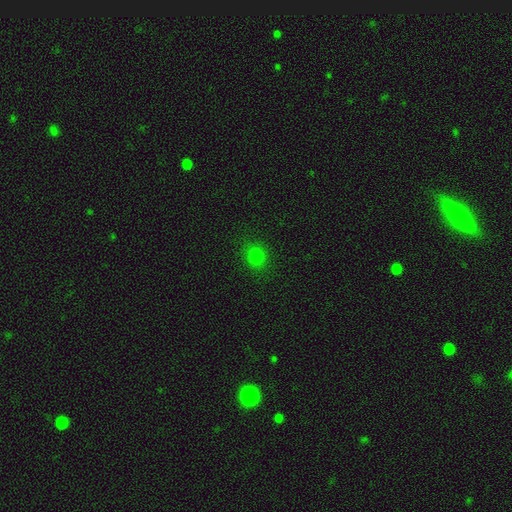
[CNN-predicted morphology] smooth_or_featured: smooth (p=0.79) [alt: star or artifact p=0.17]
how_rounded: round (p=0.85) [alt: in between p=0.14]
merging: none (p=0.88) [alt: minor disturbance p=0.08]